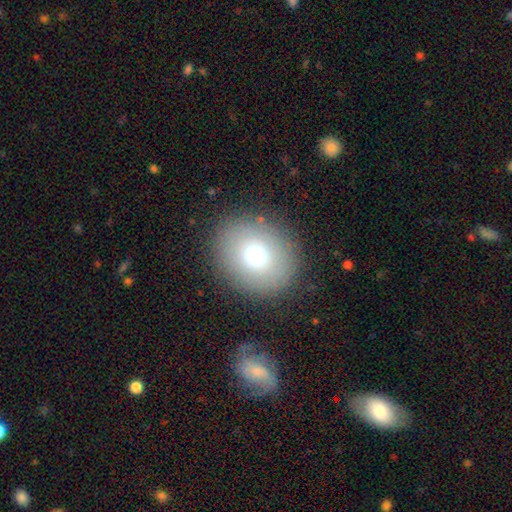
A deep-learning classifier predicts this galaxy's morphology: smooth-or-featured: smooth: 73% | featured or disk: 15% | star or artifact: 12%
  how-rounded: round: 70% | in between: 29% | cigar-shaped: 1%
  merging: none: 87% | minor disturbance: 8% | major disturbance: 4% | merger: 1%